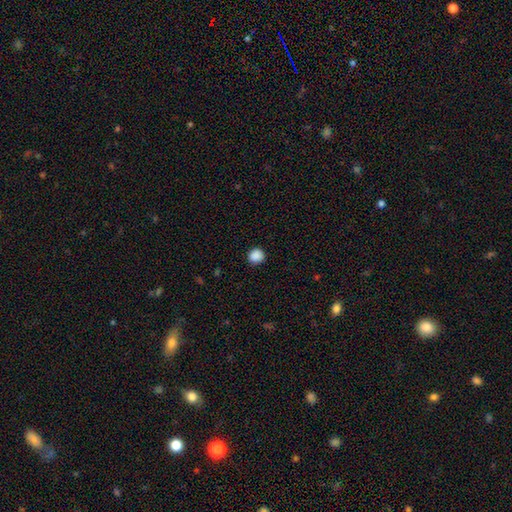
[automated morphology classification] smooth_or_featured: smooth (p=0.88) [alt: star or artifact p=0.09]
how_rounded: round (p=0.89) [alt: in between p=0.10]
merging: none (p=0.89) [alt: minor disturbance p=0.07]